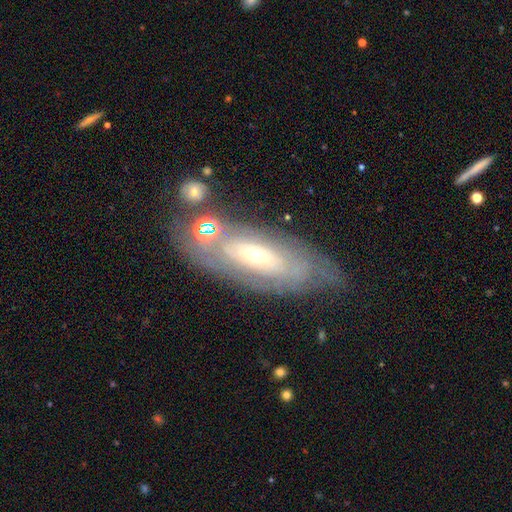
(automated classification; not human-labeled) Smooth or featured: featured or disk — 67% (smooth — 24%)
Edge-on disk: no — 81% (yes — 19%)
Bar: no — 68% (weak — 23%)
Spiral arms: yes — 59% (no — 41%)
Bulge size: small — 60% (moderate — 33%)
Merging: none — 61% (minor disturbance — 20%)